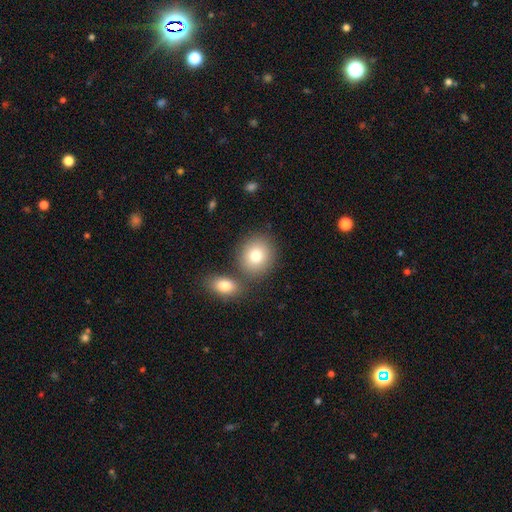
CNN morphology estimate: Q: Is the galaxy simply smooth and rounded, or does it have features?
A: smooth — 80%.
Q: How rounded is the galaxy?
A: round — 72%.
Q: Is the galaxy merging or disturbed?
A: none — 68%.